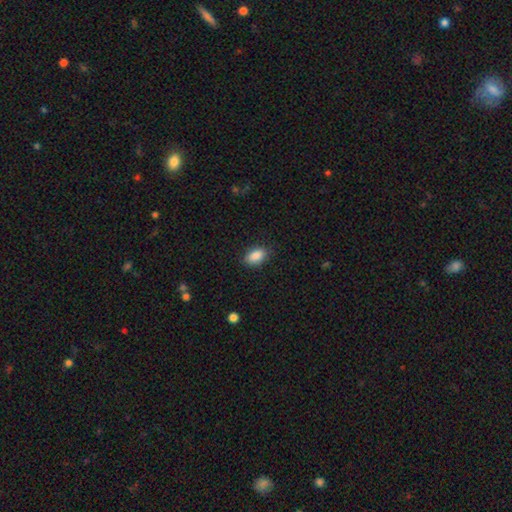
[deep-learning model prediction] Smooth or featured?
  - smooth: 88% *
  - star or artifact: 7%
  - featured or disk: 4%
How rounded?
  - in between: 91% *
  - round: 7%
  - cigar-shaped: 2%
Merging?
  - none: 86% *
  - minor disturbance: 11%
  - major disturbance: 3%
  - merger: 1%